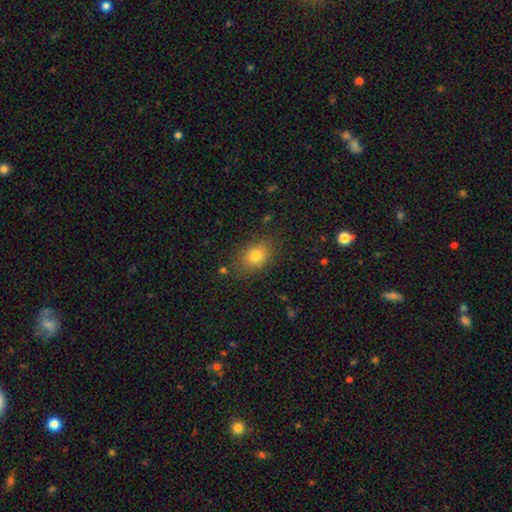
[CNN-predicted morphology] Smooth or featured? smooth (78%)
How rounded? in between (68%)
Merging? none (79%)